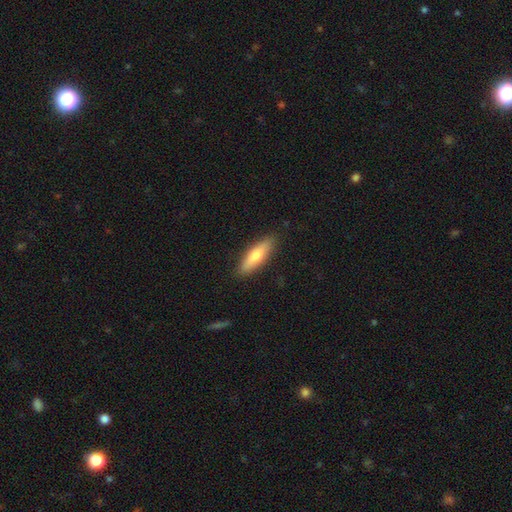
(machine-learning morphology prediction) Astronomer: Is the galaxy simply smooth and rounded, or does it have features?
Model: smooth — 66%.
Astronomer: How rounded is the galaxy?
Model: cigar-shaped — 58% (runner-up: in between, 40%).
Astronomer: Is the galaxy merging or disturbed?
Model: none — 88%.